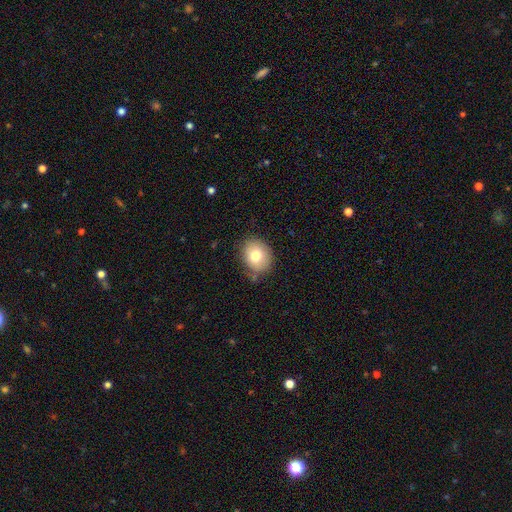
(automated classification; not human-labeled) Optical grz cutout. It shows a smooth galaxy with no disk features (77%) that is round (61%). Merging: none (77%).